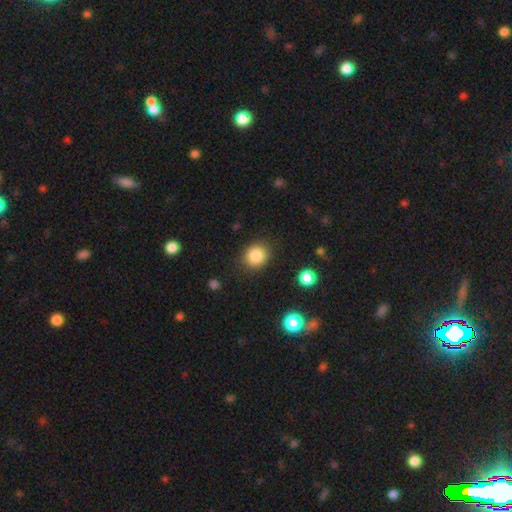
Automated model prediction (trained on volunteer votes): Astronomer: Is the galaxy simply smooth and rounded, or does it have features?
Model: smooth — 85%.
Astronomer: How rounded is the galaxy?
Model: round — 78%.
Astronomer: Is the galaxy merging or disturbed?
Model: none — 87%.